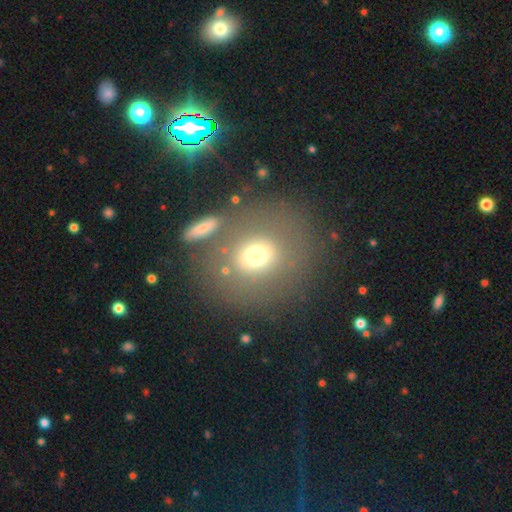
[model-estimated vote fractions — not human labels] smooth_or_featured: smooth (p=0.67) [alt: featured or disk p=0.19]
how_rounded: round (p=0.69) [alt: in between p=0.30]
merging: none (p=0.68) [alt: minor disturbance p=0.12]